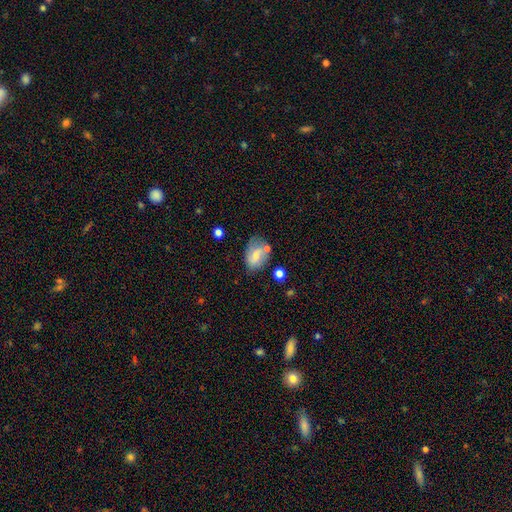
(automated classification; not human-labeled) Smooth or featured? smooth (58%)
How rounded? in between (78%)
Merging? none (51%)